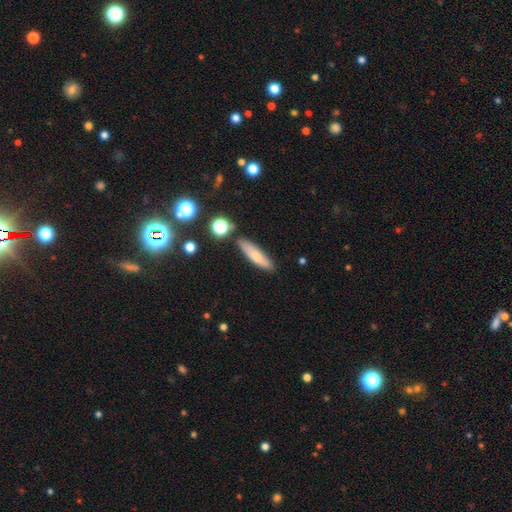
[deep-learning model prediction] smooth_or_featured: smooth (p=0.70) [alt: featured or disk p=0.22]
how_rounded: cigar-shaped (p=0.68) [alt: in between p=0.30]
merging: none (p=0.79) [alt: minor disturbance p=0.13]